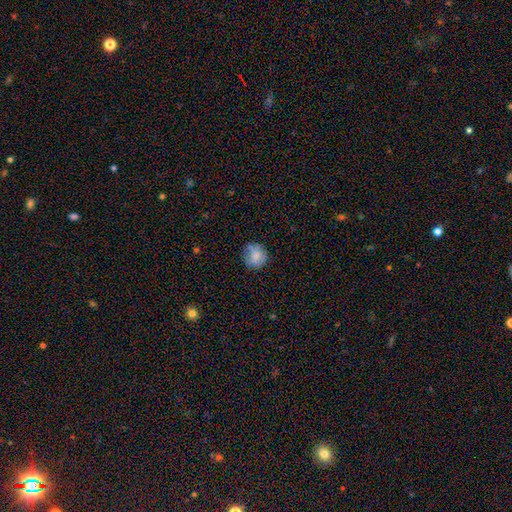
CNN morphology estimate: This appears to be a smooth galaxy with no disk features (75%) that is round (88%). Merging: none (75%).